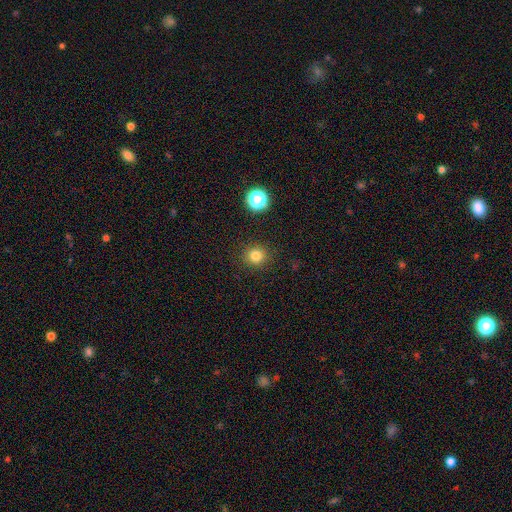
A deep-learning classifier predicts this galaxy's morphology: Smooth or featured: smooth — 80% (star or artifact — 15%)
How rounded: round — 90% (in between — 9%)
Merging: none — 90% (minor disturbance — 6%)